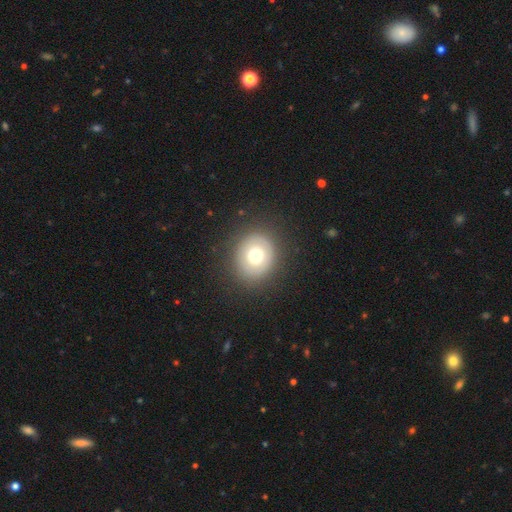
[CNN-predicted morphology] smooth_or_featured: smooth (p=0.70) [alt: featured or disk p=0.18]
how_rounded: round (p=0.79) [alt: in between p=0.20]
merging: none (p=0.88) [alt: minor disturbance p=0.07]